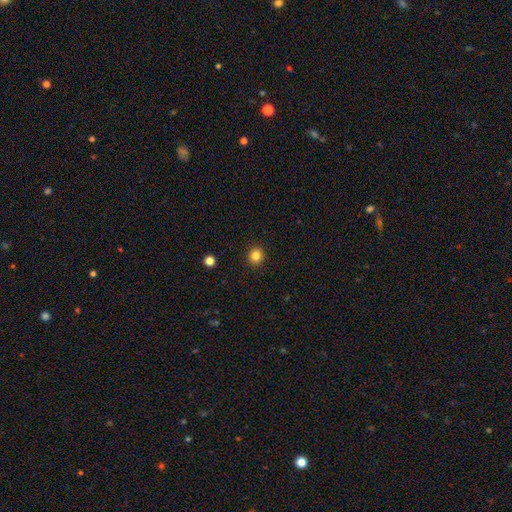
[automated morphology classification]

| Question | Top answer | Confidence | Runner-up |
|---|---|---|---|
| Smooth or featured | smooth | 83% | star or artifact (12%) |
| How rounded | round | 88% | in between (11%) |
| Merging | none | 92% | minor disturbance (5%) |